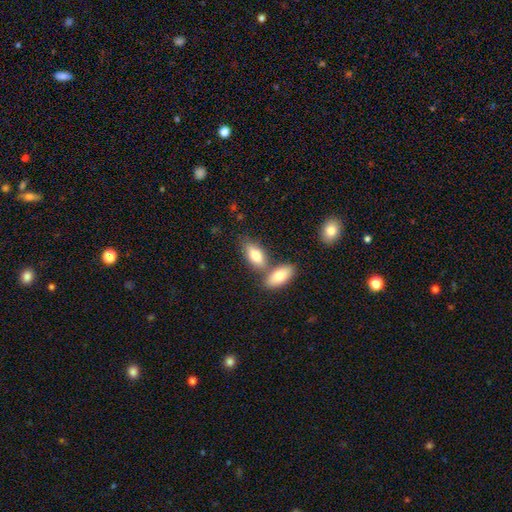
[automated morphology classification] Smooth or featured: smooth — 78% (featured or disk — 16%)
How rounded: in between — 87% (cigar-shaped — 9%)
Merging: none — 47% (merger — 39%)